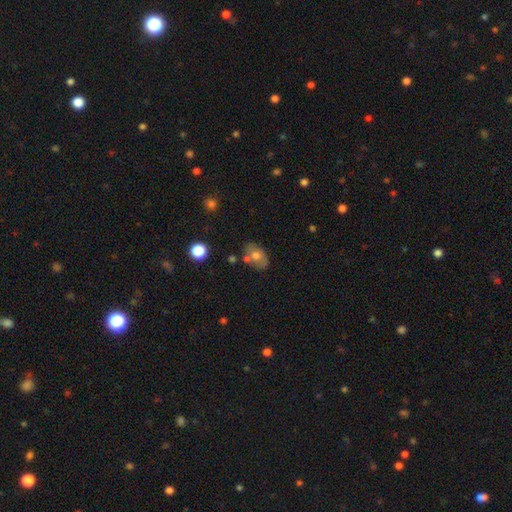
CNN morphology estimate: This appears to be a smooth galaxy with no disk features (59%) that is in between round and cigar-shaped (77%). Merging: none (54%).